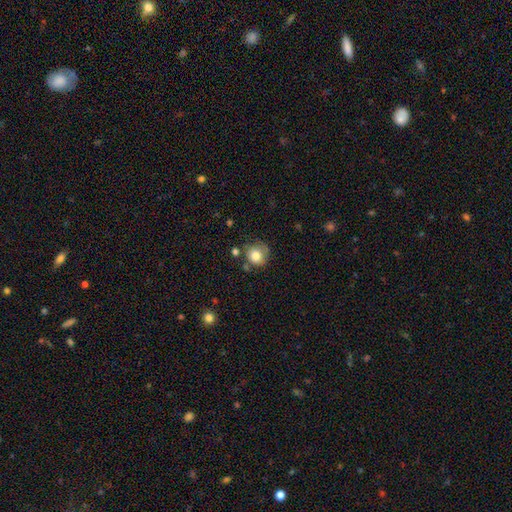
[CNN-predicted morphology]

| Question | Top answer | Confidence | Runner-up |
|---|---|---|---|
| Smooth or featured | smooth | 80% | featured or disk (11%) |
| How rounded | round | 84% | in between (15%) |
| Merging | none | 60% | minor disturbance (24%) |